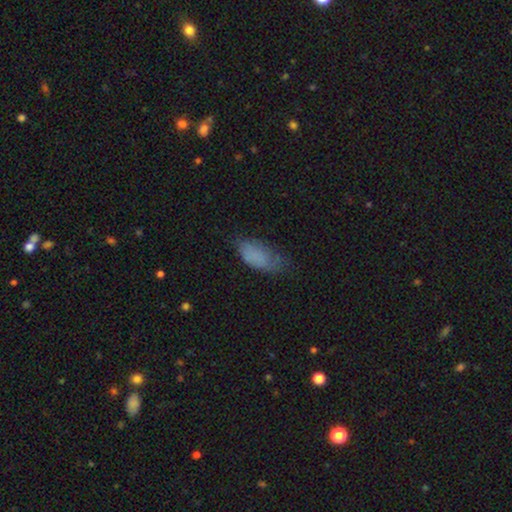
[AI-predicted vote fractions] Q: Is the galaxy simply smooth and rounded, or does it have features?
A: smooth — 78%.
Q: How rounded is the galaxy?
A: in between — 90%.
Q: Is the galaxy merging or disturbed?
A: none — 48%.